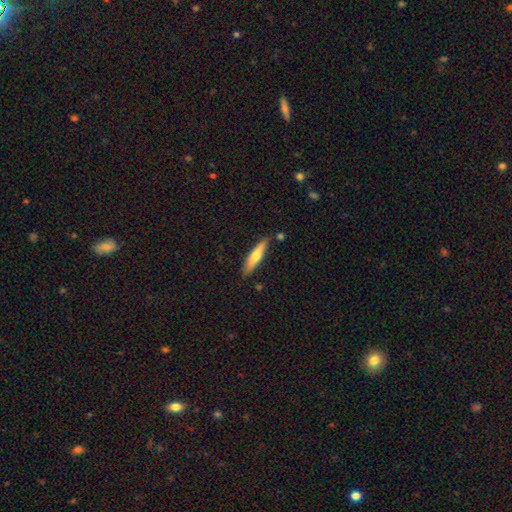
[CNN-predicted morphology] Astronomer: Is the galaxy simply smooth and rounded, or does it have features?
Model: smooth — 59% (runner-up: featured or disk, 35%).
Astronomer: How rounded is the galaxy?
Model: cigar-shaped — 79%.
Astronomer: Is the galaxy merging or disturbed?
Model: none — 83%.